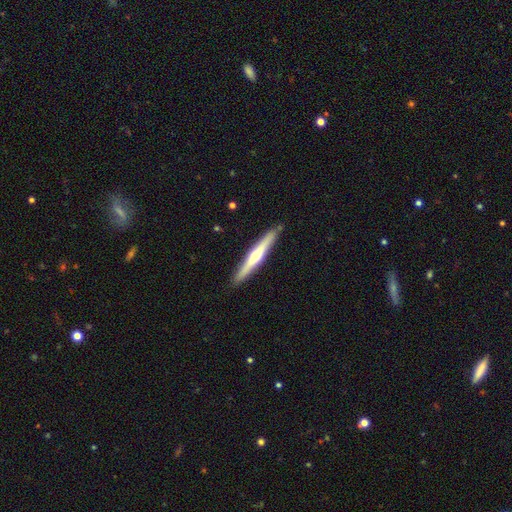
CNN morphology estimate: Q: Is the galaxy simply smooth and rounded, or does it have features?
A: featured or disk — 57%.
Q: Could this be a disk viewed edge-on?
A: yes — 97%.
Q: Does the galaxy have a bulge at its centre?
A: rounded — 75%.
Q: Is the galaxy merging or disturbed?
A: none — 89%.